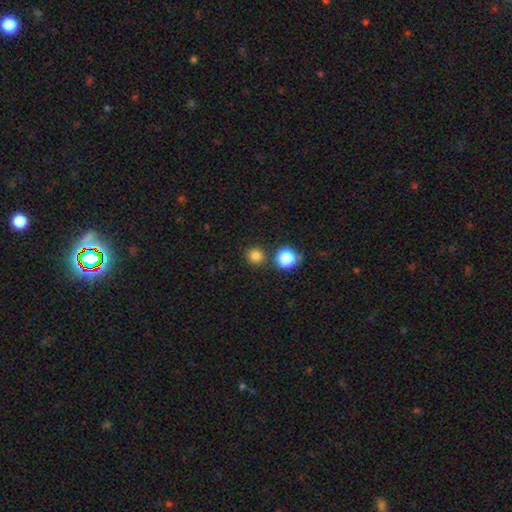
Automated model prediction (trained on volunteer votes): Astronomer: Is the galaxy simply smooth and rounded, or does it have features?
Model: smooth — 81%.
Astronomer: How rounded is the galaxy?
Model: round — 92%.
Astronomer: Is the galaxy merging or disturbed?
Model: none — 82%.